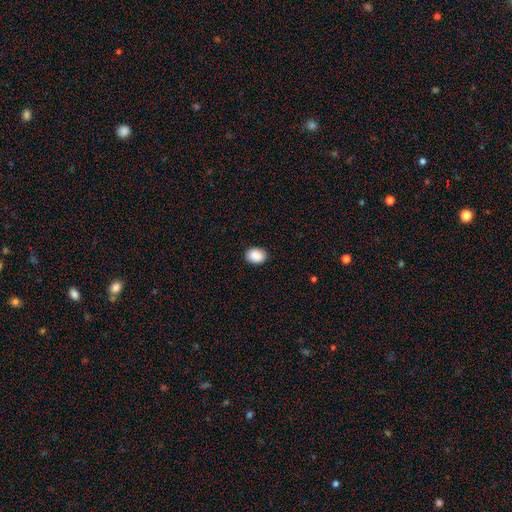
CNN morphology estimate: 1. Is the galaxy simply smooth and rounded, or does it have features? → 90% smooth, 7% star or artifact, 2% featured or disk.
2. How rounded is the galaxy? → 60% in between, 39% round, 1% cigar-shaped.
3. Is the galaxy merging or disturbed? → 90% none, 7% minor disturbance, 2% major disturbance, 1% merger.